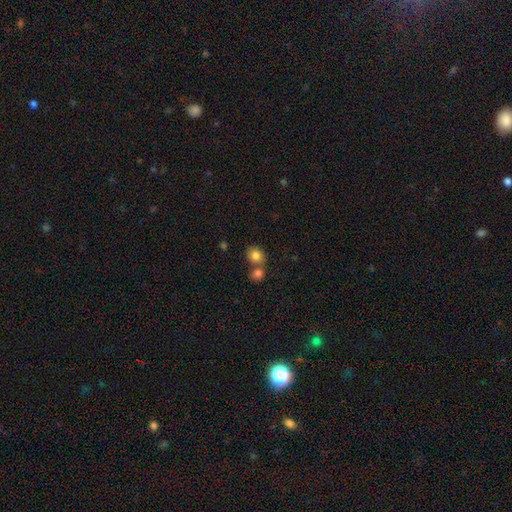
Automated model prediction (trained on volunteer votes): smooth_or_featured: smooth (p=0.82) [alt: star or artifact p=0.10]
how_rounded: round (p=0.72) [alt: in between p=0.27]
merging: none (p=0.53) [alt: merger p=0.36]